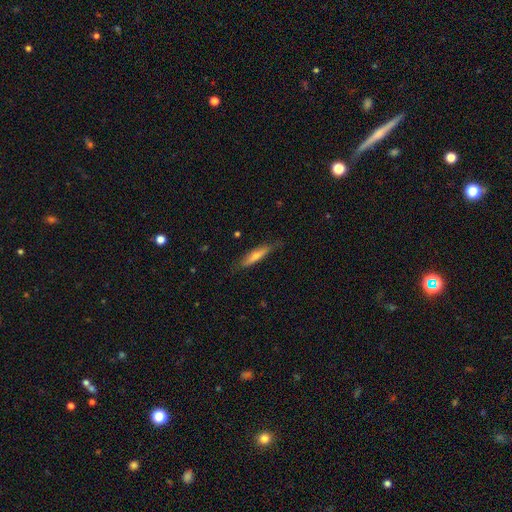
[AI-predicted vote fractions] This is possibly a smooth galaxy (51%). How rounded: clearly cigar-shaped (84%). Merging: likely none (77%).